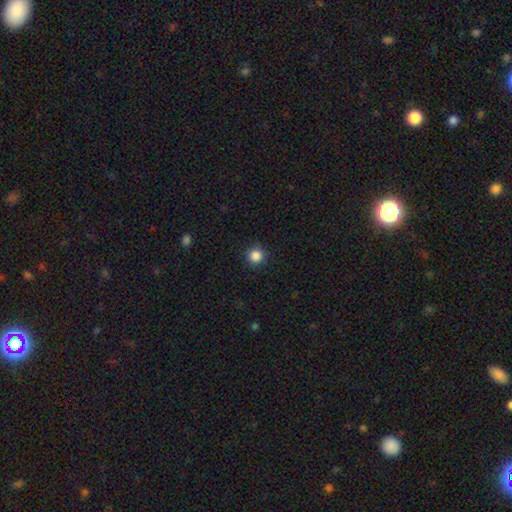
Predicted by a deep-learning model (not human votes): Smooth or featured: smooth — 86% (star or artifact — 11%)
How rounded: round — 95% (in between — 4%)
Merging: none — 91% (minor disturbance — 6%)